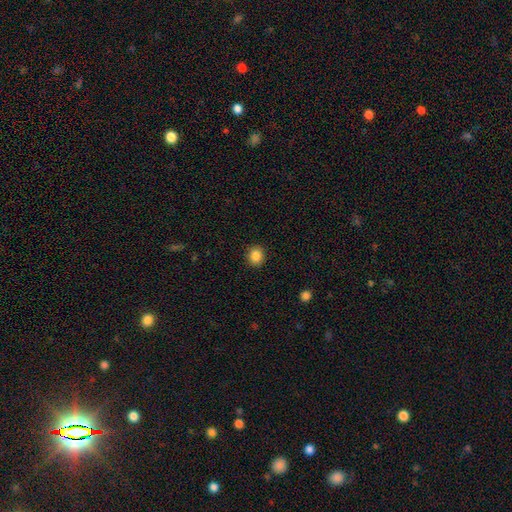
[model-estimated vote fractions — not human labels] smooth_or_featured: smooth (p=0.85) [alt: star or artifact p=0.10]
how_rounded: round (p=0.82) [alt: in between p=0.17]
merging: none (p=0.91) [alt: minor disturbance p=0.06]